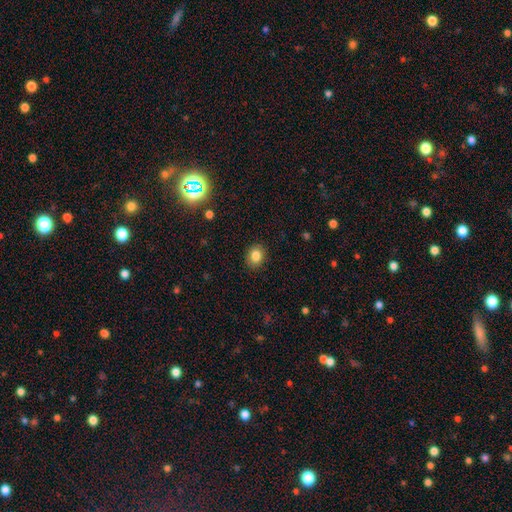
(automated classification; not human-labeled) This is clearly a smooth galaxy (83%). How rounded: possibly round (54%). Merging: clearly none (89%).